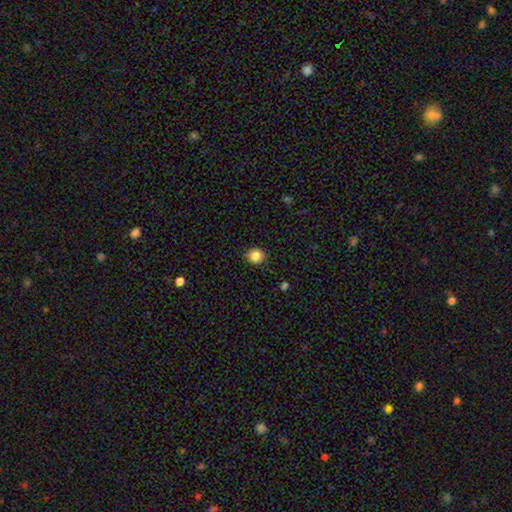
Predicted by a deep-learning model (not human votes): This is clearly a smooth galaxy (84%). How rounded: clearly round (88%). Merging: clearly none (91%).